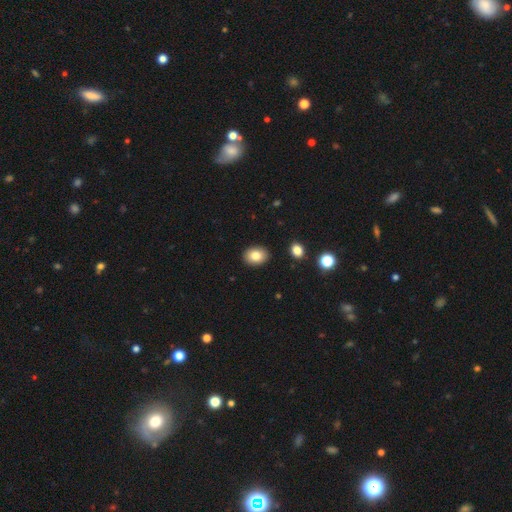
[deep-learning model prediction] Morphology: type=smooth (83%); roundness=in between (66%); merging=none (90%).